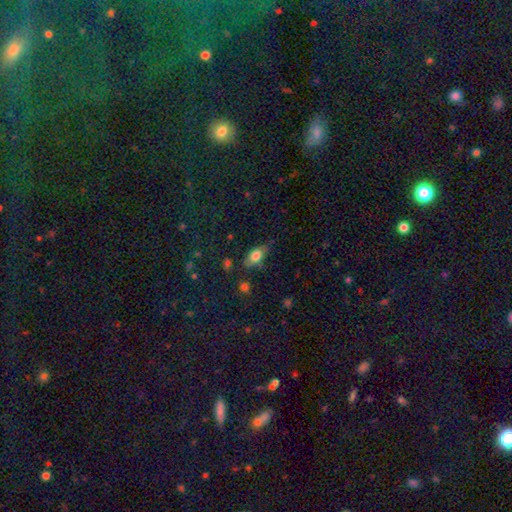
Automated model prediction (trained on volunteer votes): Morphology: type=smooth (75%); roundness=in between (87%); merging=none (67%).